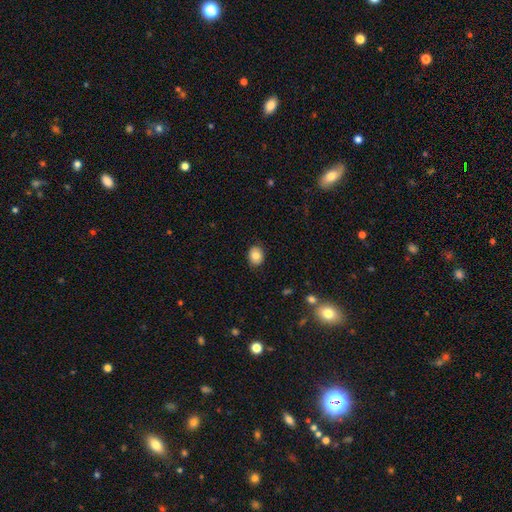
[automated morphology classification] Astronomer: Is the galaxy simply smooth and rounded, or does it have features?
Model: smooth — 83%.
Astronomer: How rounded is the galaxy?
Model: in between — 51% (runner-up: round, 48%).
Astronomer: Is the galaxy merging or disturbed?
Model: none — 86%.